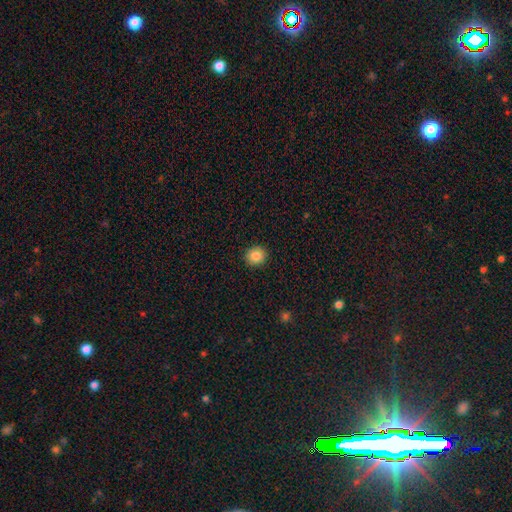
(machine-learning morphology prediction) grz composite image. It shows a smooth galaxy with no disk features (86%) that is round (82%). Merging: none (92%).